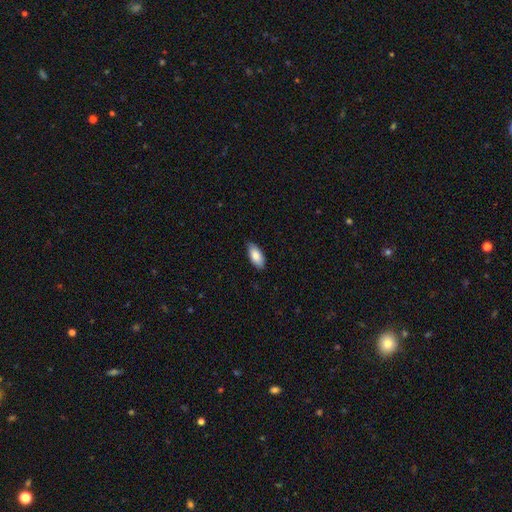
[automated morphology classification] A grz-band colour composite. It shows a smooth galaxy with no disk features (83%) that is in between round and cigar-shaped (90%). Merging: none (78%).